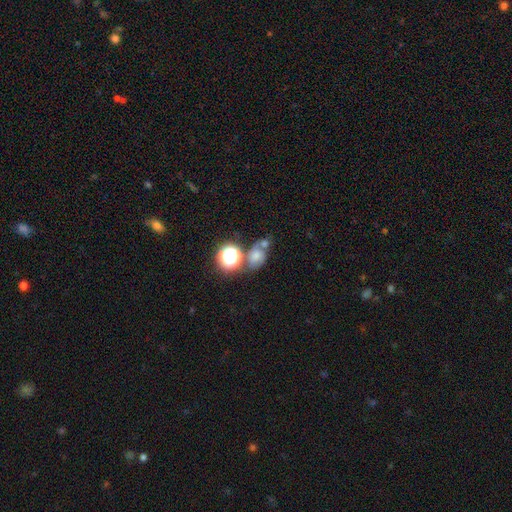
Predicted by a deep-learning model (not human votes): smooth-or-featured: smooth: 56% | star or artifact: 24% | featured or disk: 20%
  how-rounded: in between: 52% | round: 46% | cigar-shaped: 2%
  merging: none: 41% | merger: 36% | minor disturbance: 14% | major disturbance: 9%